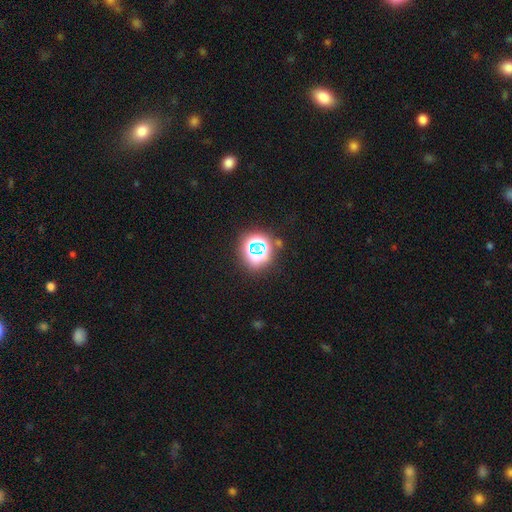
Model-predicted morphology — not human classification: A star or artifact, not a galaxy (62%).

Vote fractions:
- Smooth or featured? star or artifact: 62% / smooth: 27% / featured or disk: 11%